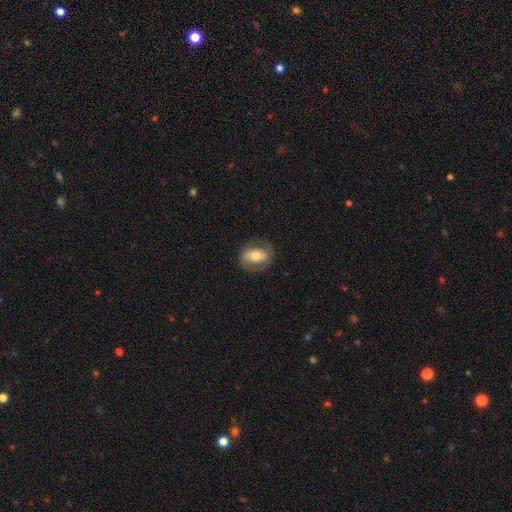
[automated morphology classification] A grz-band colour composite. It shows a featured or disk galaxy (51%). Merging: none (78%).